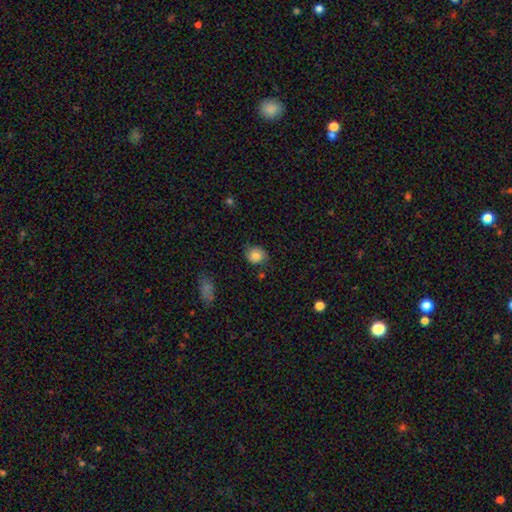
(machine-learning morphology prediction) Q: Smooth or featured?
A: smooth (78%); runner-up: featured or disk (13%)
Q: How rounded?
A: round (71%); runner-up: in between (28%)
Q: Merging?
A: none (72%); runner-up: minor disturbance (21%)